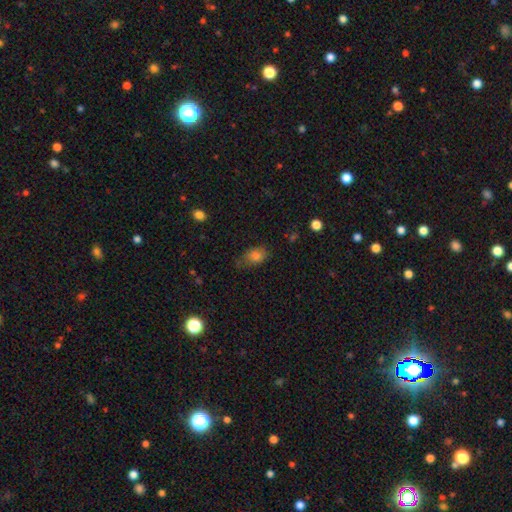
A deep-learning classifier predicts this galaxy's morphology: This is likely a smooth galaxy (80%). How rounded: likely in between (79%). Merging: likely none (61%).